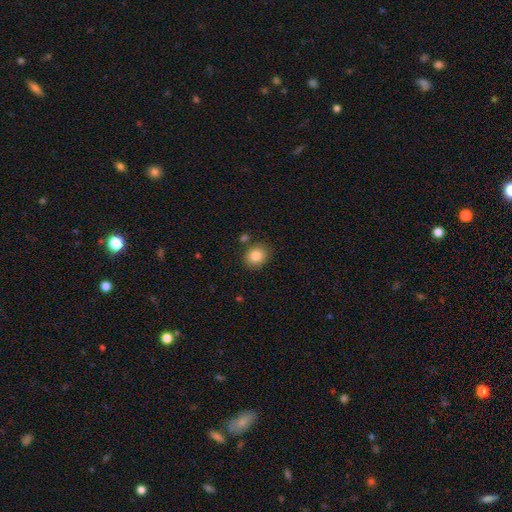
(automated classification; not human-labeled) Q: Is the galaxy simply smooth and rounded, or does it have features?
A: smooth — 86%.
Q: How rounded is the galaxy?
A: round — 65%.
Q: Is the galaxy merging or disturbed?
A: none — 81%.